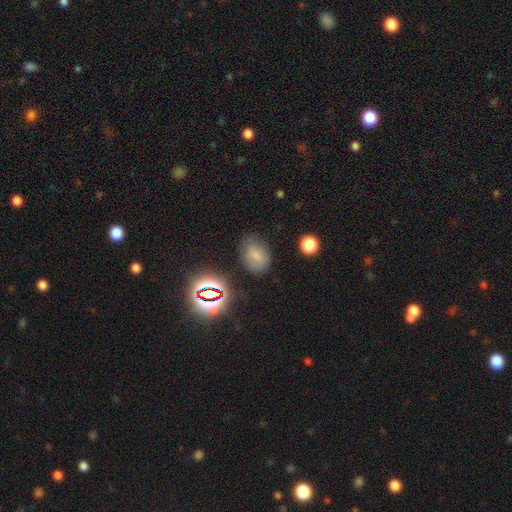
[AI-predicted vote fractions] Morphology: type=smooth (71%); roundness=in between (76%); merging=none (74%).